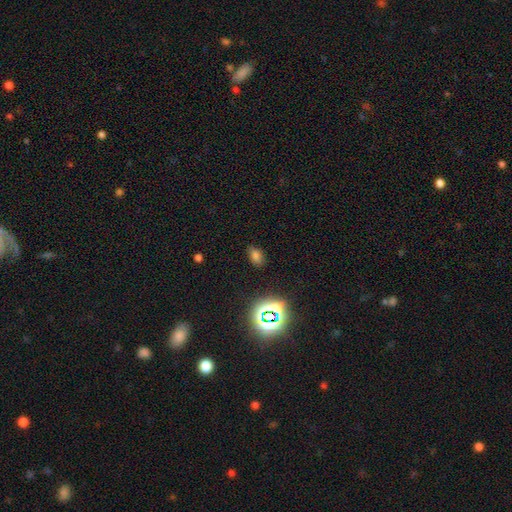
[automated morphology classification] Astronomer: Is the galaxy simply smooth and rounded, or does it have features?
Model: smooth — 68%.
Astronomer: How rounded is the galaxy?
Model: in between — 84%.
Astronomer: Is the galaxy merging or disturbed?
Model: none — 82%.